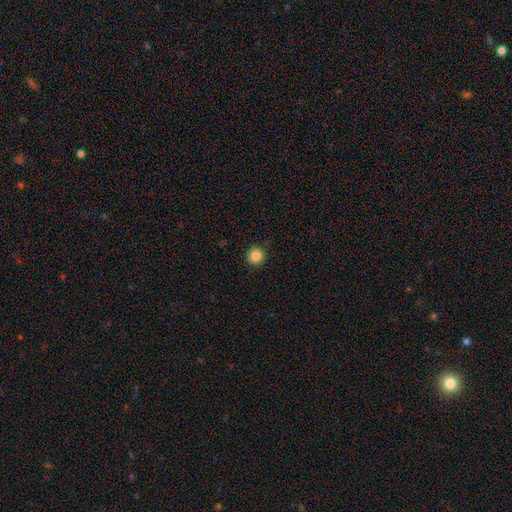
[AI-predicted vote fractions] The model was most divided on "smooth or featured": smooth: 85%, star or artifact: 10%, featured or disk: 4%. More confident: how rounded — round (95%); merging — none (91%).